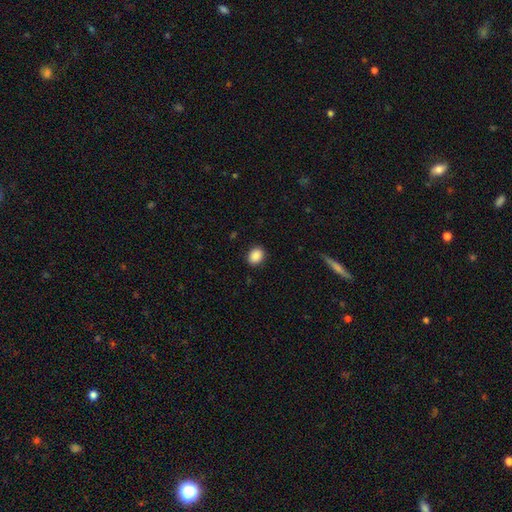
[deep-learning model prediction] Smooth or featured: smooth — 88% (star or artifact — 8%)
How rounded: in between — 55% (round — 44%)
Merging: none — 90% (minor disturbance — 7%)